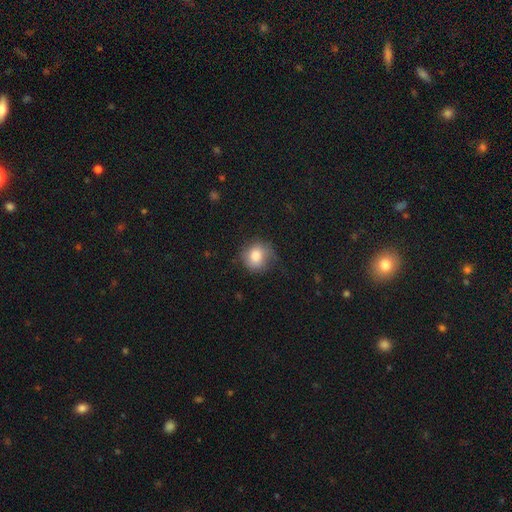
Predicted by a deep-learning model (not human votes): Smooth or featured? Predicted: smooth (p=0.81). How rounded? Predicted: round (p=0.80). Merging? Predicted: none (p=0.59).